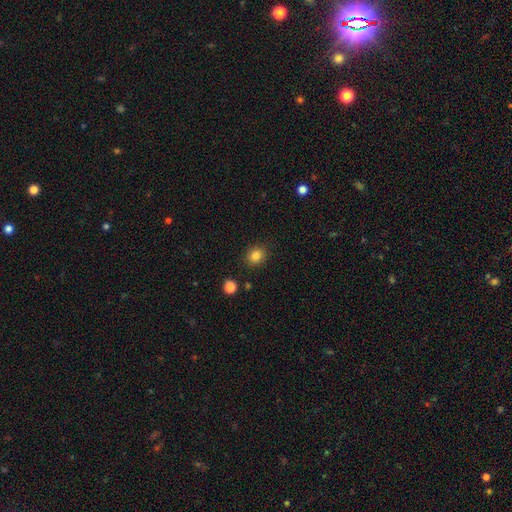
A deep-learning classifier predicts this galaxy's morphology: Q: Smooth or featured?
A: smooth (84%); runner-up: star or artifact (11%)
Q: How rounded?
A: round (73%); runner-up: in between (26%)
Q: Merging?
A: none (88%); runner-up: minor disturbance (8%)